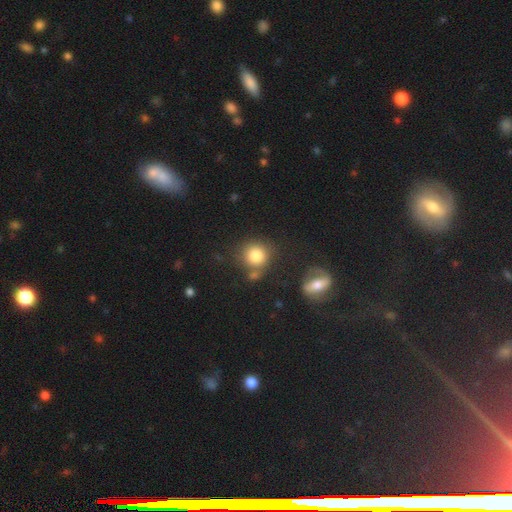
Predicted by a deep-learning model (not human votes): smooth_or_featured: smooth (p=0.82) [alt: star or artifact p=0.09]
how_rounded: round (p=0.88) [alt: in between p=0.11]
merging: none (p=0.63) [alt: merger p=0.18]